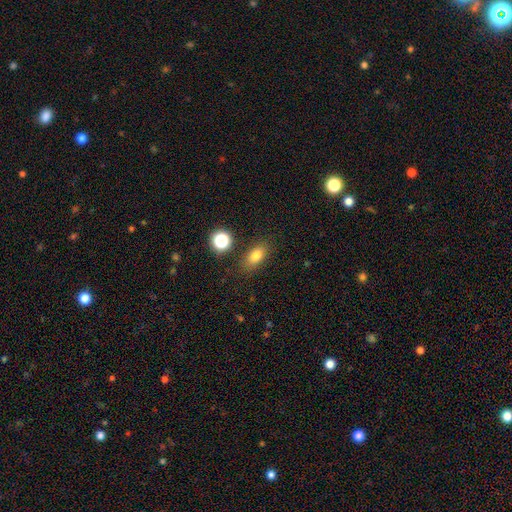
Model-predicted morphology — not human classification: smooth-or-featured: smooth: 80% | star or artifact: 11% | featured or disk: 9%
  how-rounded: in between: 81% | round: 11% | cigar-shaped: 8%
  merging: none: 82% | minor disturbance: 11% | major disturbance: 4% | merger: 3%